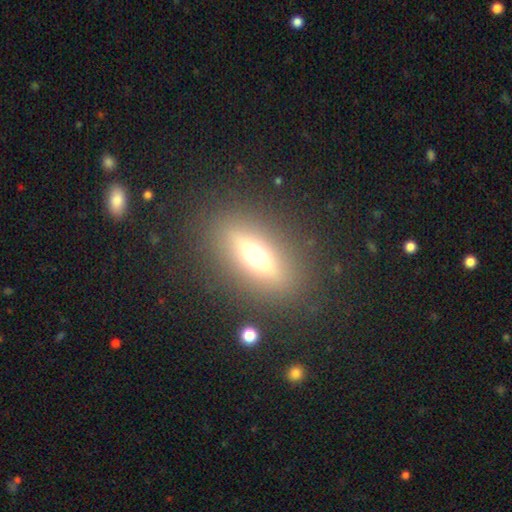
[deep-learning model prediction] Smooth or featured?
  - featured or disk: 49% *
  - smooth: 39%
  - star or artifact: 12%
Merging?
  - none: 86% *
  - minor disturbance: 8%
  - major disturbance: 5%
  - merger: 2%